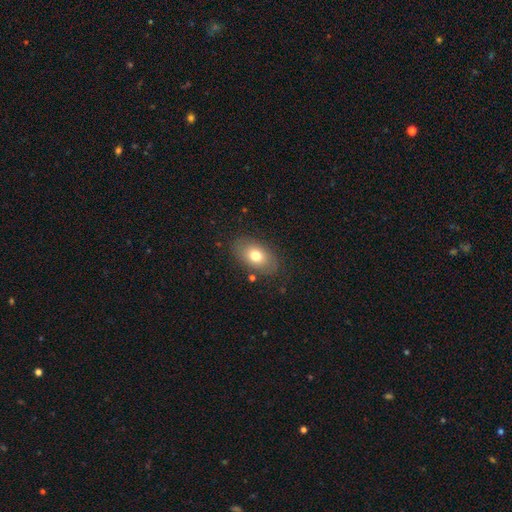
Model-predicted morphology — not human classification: A smooth galaxy with no disk features (72%) that is in between round and cigar-shaped (86%). Merging: none (81%).